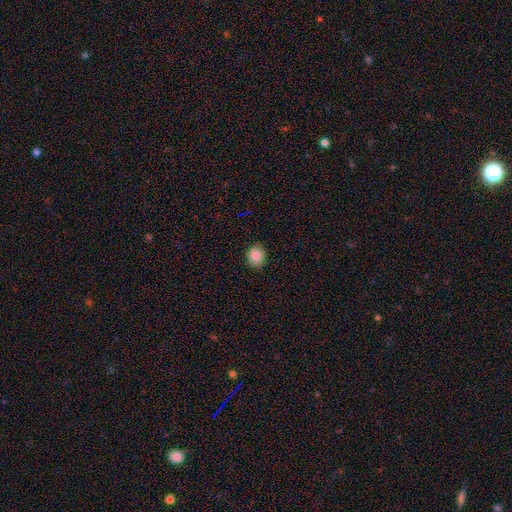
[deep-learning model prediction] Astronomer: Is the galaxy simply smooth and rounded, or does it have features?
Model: smooth — 86%.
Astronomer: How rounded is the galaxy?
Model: round — 51% (runner-up: in between, 48%).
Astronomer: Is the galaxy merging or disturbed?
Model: none — 87%.